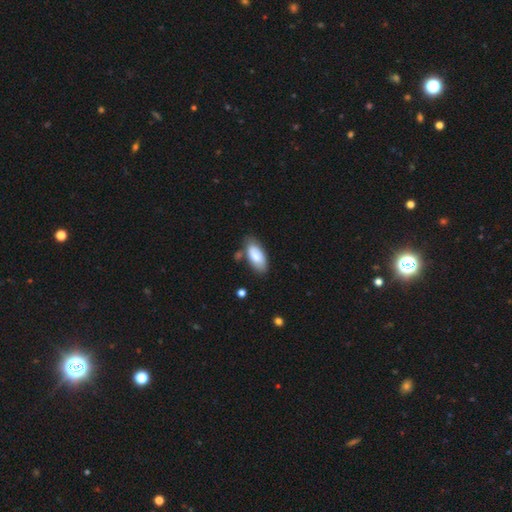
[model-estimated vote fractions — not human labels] smooth-or-featured: smooth: 76% | featured or disk: 18% | star or artifact: 6%
  how-rounded: in between: 90% | cigar-shaped: 8% | round: 2%
  merging: none: 68% | minor disturbance: 20% | merger: 7% | major disturbance: 5%